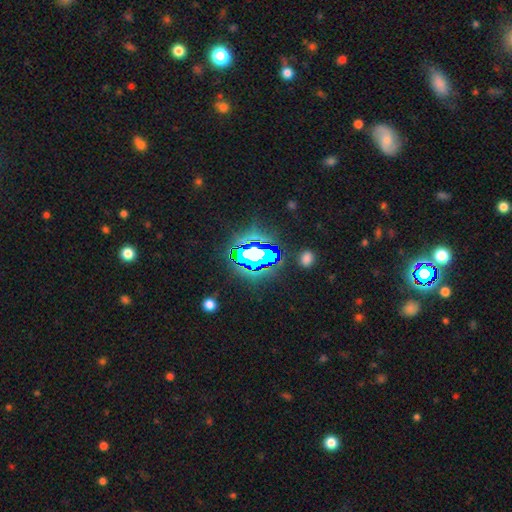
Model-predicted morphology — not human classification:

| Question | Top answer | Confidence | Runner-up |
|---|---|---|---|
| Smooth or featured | star or artifact | 69% | smooth (17%) |